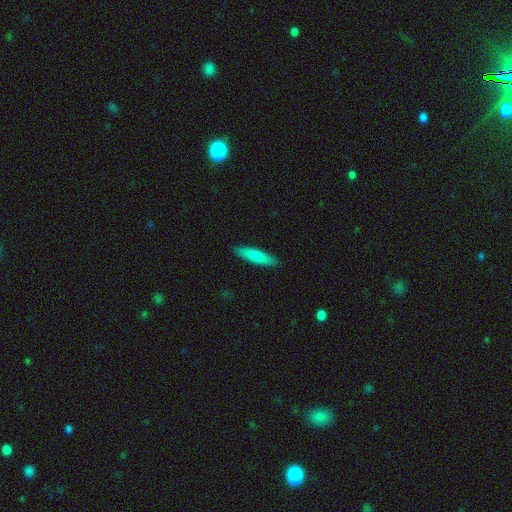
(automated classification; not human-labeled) smooth_or_featured: smooth (p=0.80) [alt: featured or disk p=0.15]
how_rounded: cigar-shaped (p=0.76) [alt: in between p=0.22]
merging: none (p=0.90) [alt: minor disturbance p=0.08]